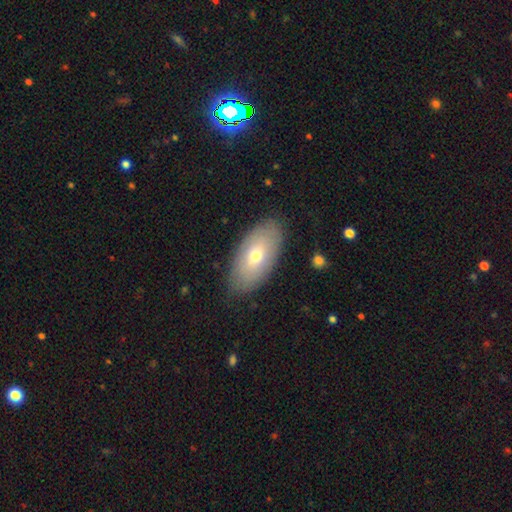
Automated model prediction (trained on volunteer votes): A smooth galaxy with no disk features (60%) that is in between round and cigar-shaped (93%).

Vote fractions:
- Smooth or featured? smooth: 60% / featured or disk: 32% / star or artifact: 7%
- How rounded? in between: 93% / cigar-shaped: 4% / round: 3%
- Merging? none: 86% / minor disturbance: 11% / major disturbance: 2% / merger: 1%